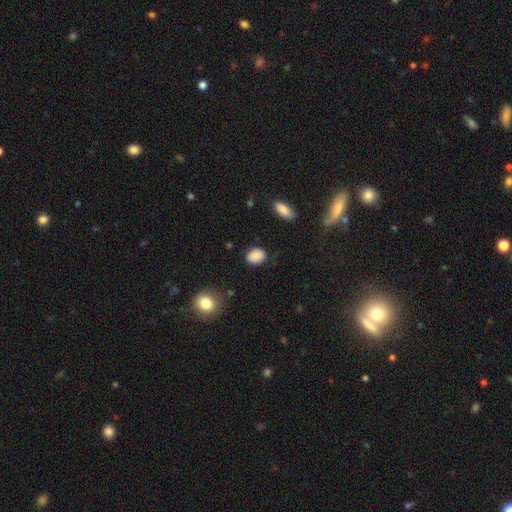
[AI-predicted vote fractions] Smooth or featured? smooth (87%)
How rounded? in between (60%)
Merging? none (79%)